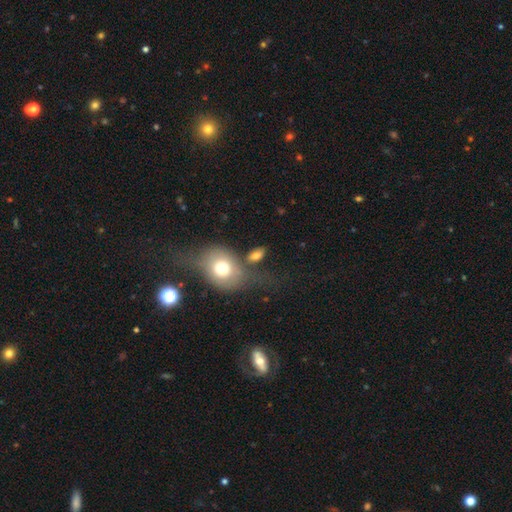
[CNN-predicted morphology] smooth_or_featured: smooth (p=0.73) [alt: featured or disk p=0.17]
how_rounded: in between (p=0.77) [alt: round p=0.19]
merging: none (p=0.47) [alt: merger p=0.24]